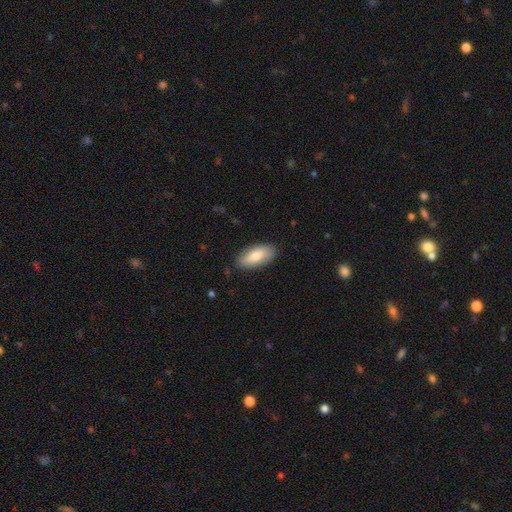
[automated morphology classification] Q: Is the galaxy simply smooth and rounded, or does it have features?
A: smooth — 75%.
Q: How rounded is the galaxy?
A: in between — 86%.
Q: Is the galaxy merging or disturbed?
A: none — 85%.